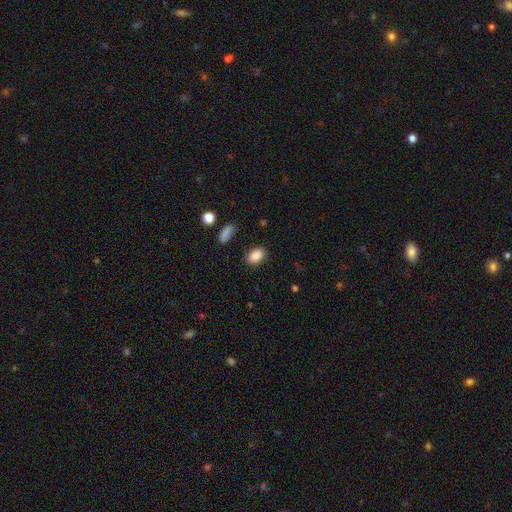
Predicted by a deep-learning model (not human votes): Q: Smooth or featured?
A: smooth (89%); runner-up: star or artifact (8%)
Q: How rounded?
A: in between (86%); runner-up: round (12%)
Q: Merging?
A: none (86%); runner-up: minor disturbance (10%)